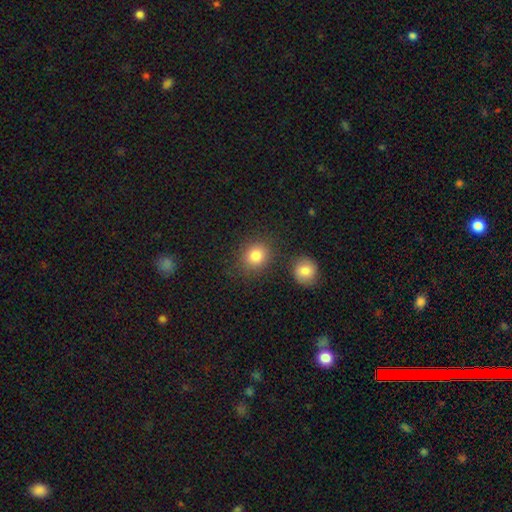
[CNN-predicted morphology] This is clearly a smooth galaxy (85%). How rounded: likely round (71%). Merging: likely none (77%).